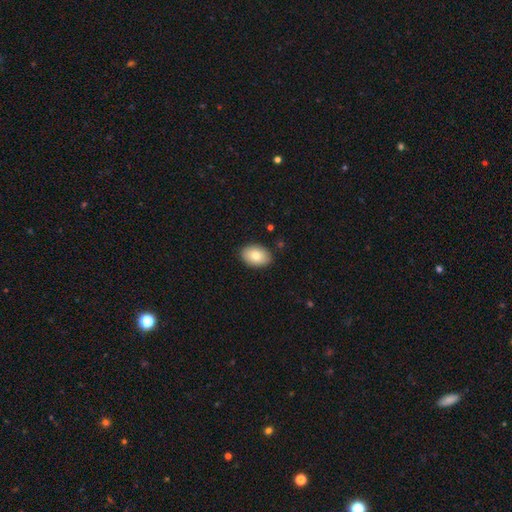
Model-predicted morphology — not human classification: Smooth or featured: smooth — 80% (featured or disk — 12%)
How rounded: in between — 83% (round — 16%)
Merging: none — 87% (minor disturbance — 10%)